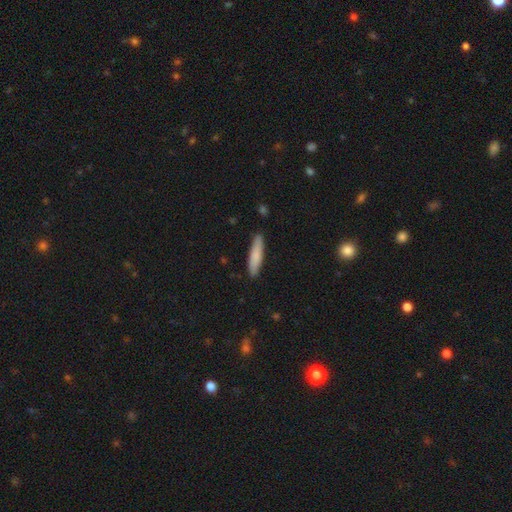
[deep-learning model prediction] A smooth galaxy with no disk features (81%) that is cigar-shaped (84%). Merging: none (88%).